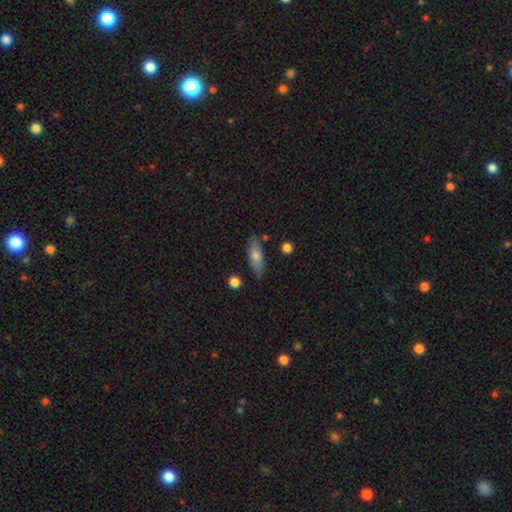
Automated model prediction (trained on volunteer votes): This appears to be a smooth galaxy with no disk features (67%) that is in between round and cigar-shaped (59%). Merging: none (79%).